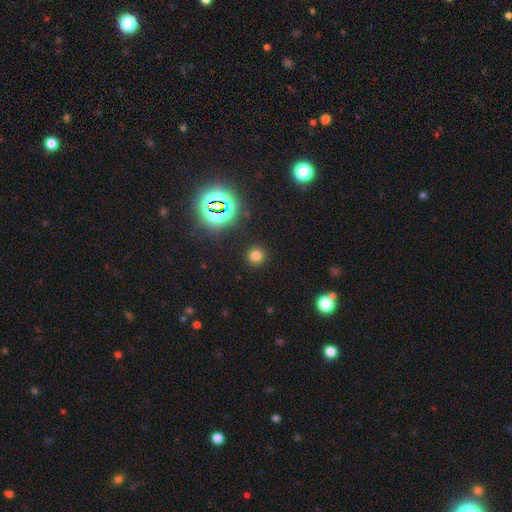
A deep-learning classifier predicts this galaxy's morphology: A smooth galaxy with no disk features (72%) that is round (93%). Merging: none (90%).